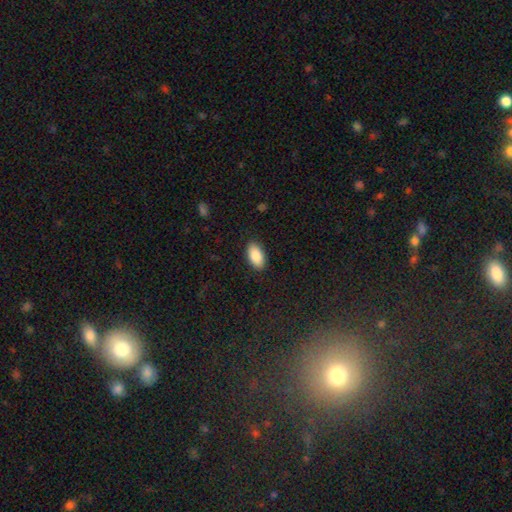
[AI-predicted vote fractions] Smooth or featured? Predicted: smooth (p=0.88). How rounded? Predicted: in between (p=0.94). Merging? Predicted: none (p=0.89).